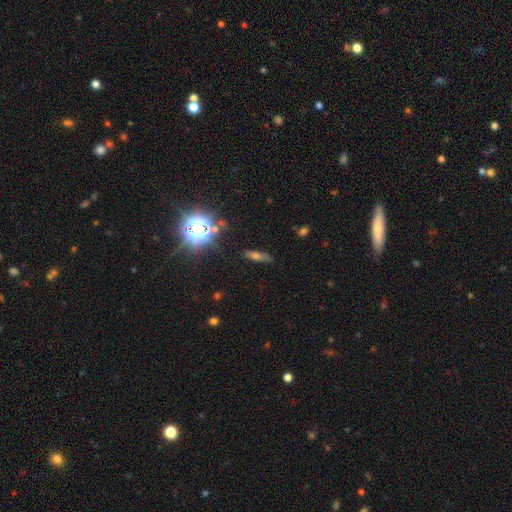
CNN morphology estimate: Smooth or featured: star or artifact — 39% (smooth — 37%)